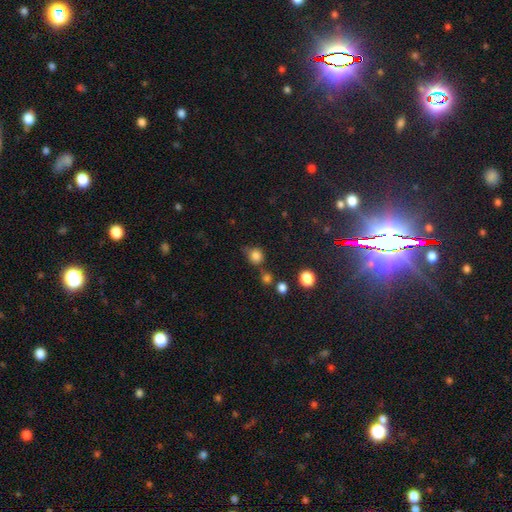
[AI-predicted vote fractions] This appears to be a smooth galaxy with no disk features (81%) that is round (88%). Merging: none (62%).